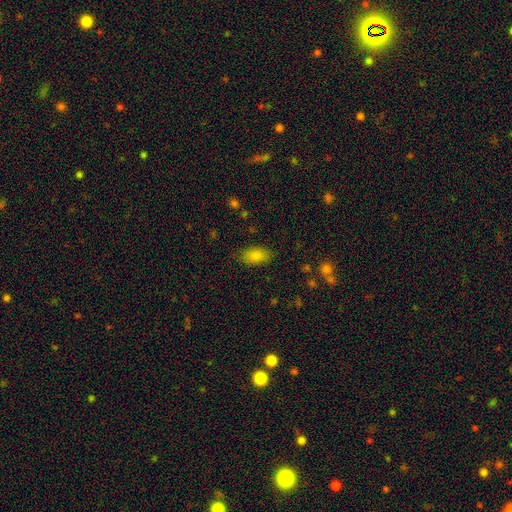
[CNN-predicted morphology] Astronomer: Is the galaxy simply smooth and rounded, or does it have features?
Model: smooth — 85%.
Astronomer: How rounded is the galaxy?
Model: in between — 92%.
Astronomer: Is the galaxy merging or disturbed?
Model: none — 84%.